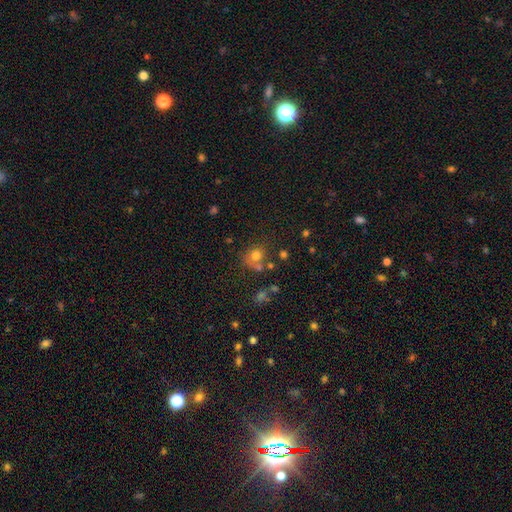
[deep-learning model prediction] Overall: smooth (71%). How rounded: round (78%). Merging: none (55%; merger 22%).